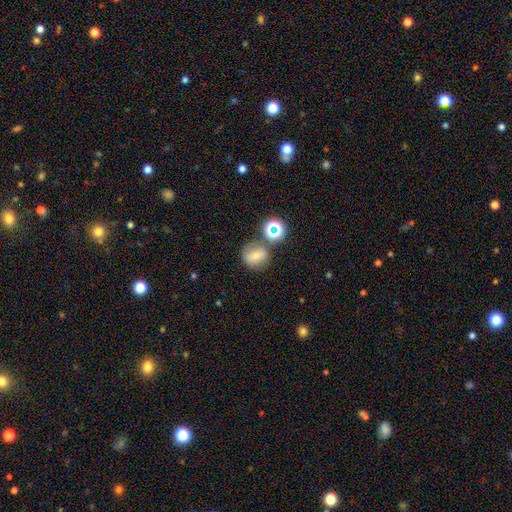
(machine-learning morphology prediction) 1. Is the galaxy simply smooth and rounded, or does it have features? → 64% smooth, 18% featured or disk, 18% star or artifact.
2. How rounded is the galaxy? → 78% round, 21% in between, 1% cigar-shaped.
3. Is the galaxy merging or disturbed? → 63% none, 16% merger, 15% minor disturbance, 6% major disturbance.